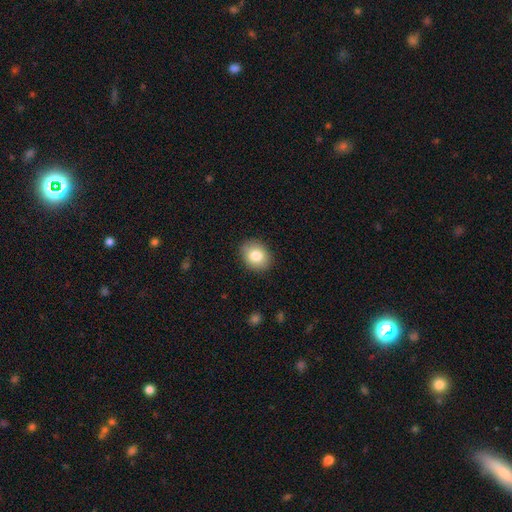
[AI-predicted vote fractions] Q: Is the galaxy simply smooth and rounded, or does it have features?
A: smooth — 82%.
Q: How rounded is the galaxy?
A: in between — 54%.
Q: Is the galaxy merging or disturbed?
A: none — 88%.